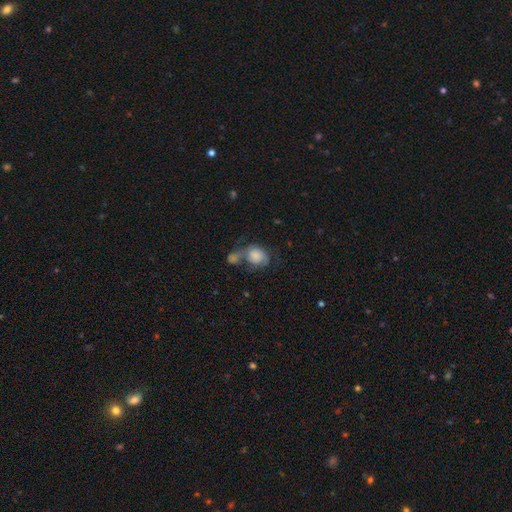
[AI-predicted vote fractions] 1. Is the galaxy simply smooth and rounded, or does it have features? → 69% smooth, 23% featured or disk, 8% star or artifact.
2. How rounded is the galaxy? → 56% in between, 42% round, 1% cigar-shaped.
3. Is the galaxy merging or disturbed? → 51% merger, 19% none, 16% major disturbance, 14% minor disturbance.